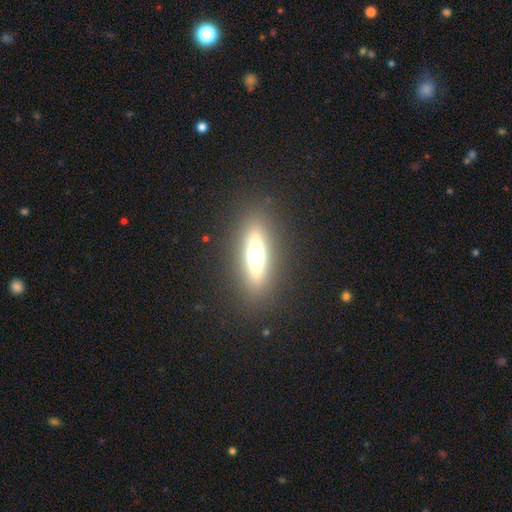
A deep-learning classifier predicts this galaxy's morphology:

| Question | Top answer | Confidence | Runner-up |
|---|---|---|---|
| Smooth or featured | featured or disk | 54% | smooth (35%) |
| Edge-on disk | yes | 88% | no (12%) |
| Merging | none | 87% | minor disturbance (8%) |